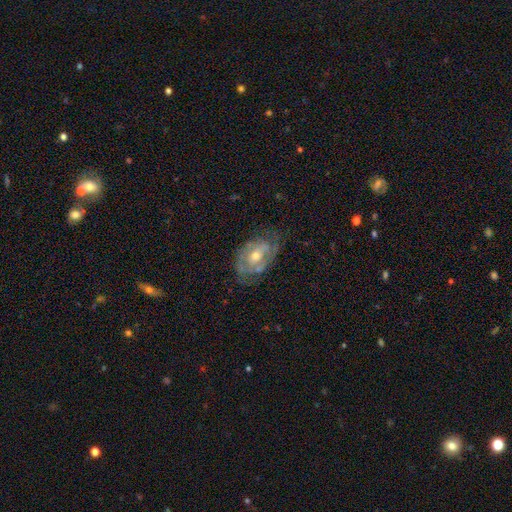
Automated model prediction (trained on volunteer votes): smooth_or_featured: featured or disk (p=0.76) [alt: smooth p=0.17]
disk_edge_on: no (p=0.95) [alt: yes p=0.05]
bar: no (p=0.56) [alt: weak p=0.33]
has_spiral_arms: yes (p=0.76) [alt: no p=0.24]
spiral_winding: tight (p=0.53) [alt: medium p=0.34]
spiral_arm_count: 2 (p=0.50) [alt: can't tell p=0.33]
bulge_size: moderate (p=0.65) [alt: small p=0.30]
merging: none (p=0.63) [alt: minor disturbance p=0.23]